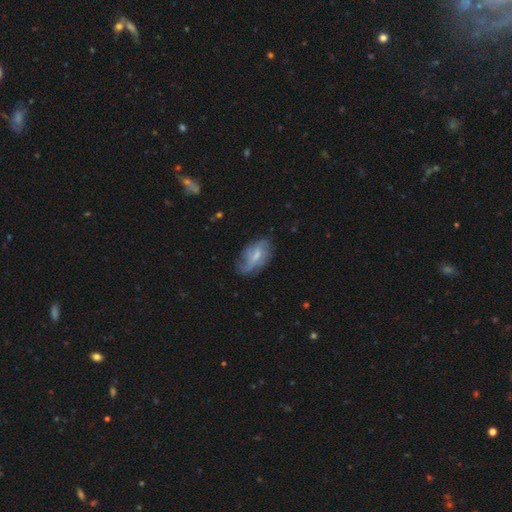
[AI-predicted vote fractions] The model was most divided on "smooth or featured": featured or disk: 47%, smooth: 45%, star or artifact: 7%. More confident: merging — none (52%).